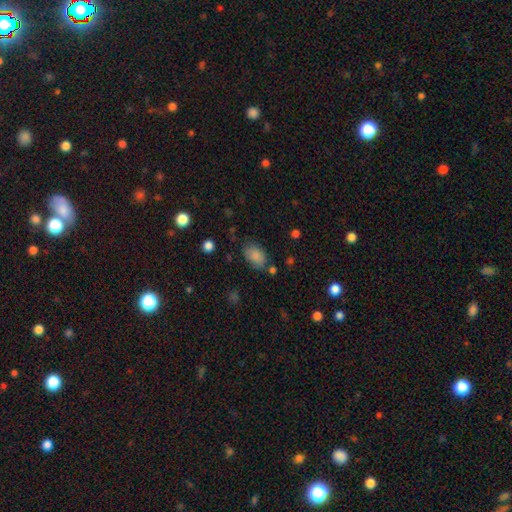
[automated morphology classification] Smooth or featured: smooth — 85% (star or artifact — 9%)
How rounded: in between — 88% (round — 11%)
Merging: none — 69% (minor disturbance — 21%)